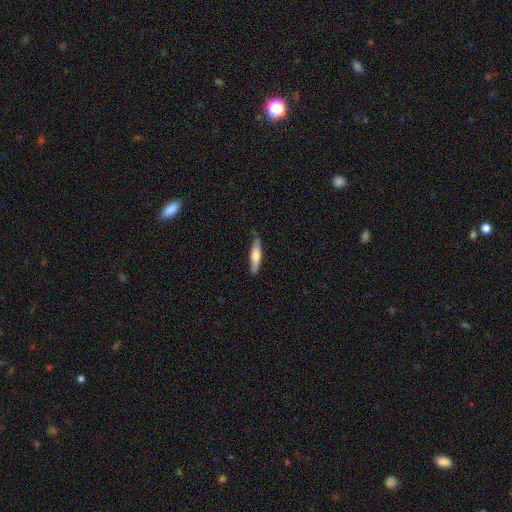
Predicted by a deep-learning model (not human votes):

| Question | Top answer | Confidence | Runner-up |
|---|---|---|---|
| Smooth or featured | smooth | 60% | featured or disk (34%) |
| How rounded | cigar-shaped | 79% | in between (20%) |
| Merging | none | 78% | minor disturbance (18%) |